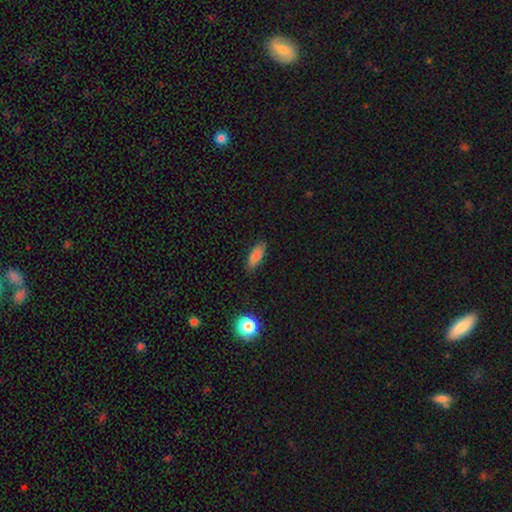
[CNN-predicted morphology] The model was most divided on "how rounded": in between: 71%, cigar-shaped: 26%, round: 3%. More confident: merging — none (85%); smooth or featured — smooth (83%).